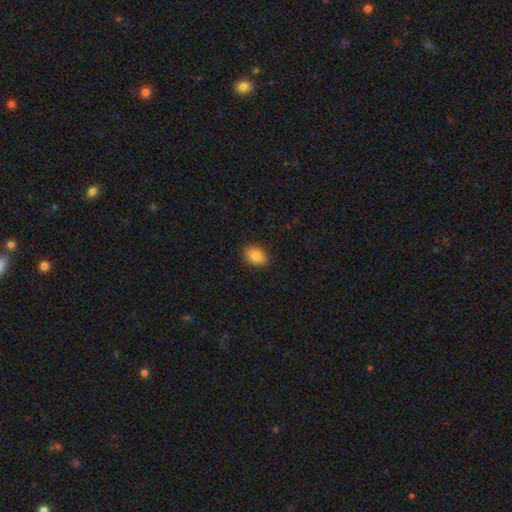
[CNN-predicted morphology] Overall: smooth (86%). How rounded: in between (82%). Merging: none (88%).